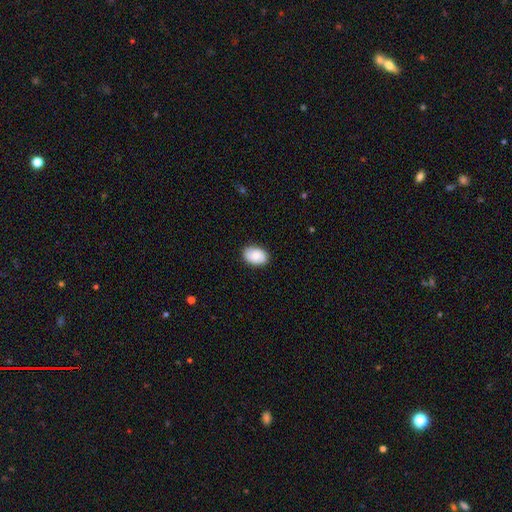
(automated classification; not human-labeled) The model was most divided on "how rounded": in between: 83%, round: 16%, cigar-shaped: 1%. More confident: merging — none (87%); smooth or featured — smooth (82%).